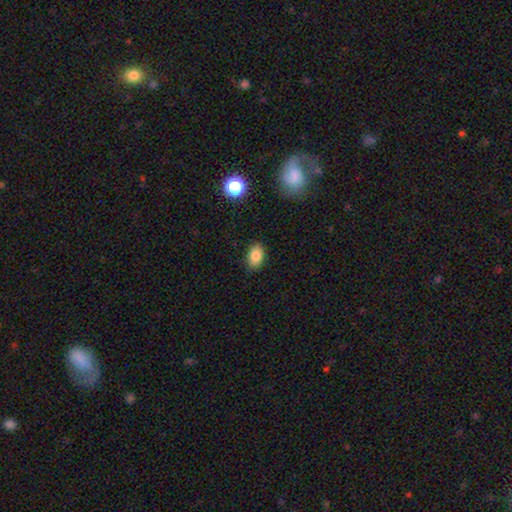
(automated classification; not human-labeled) Overall: smooth (84%). How rounded: in between (87%). Merging: none (85%).